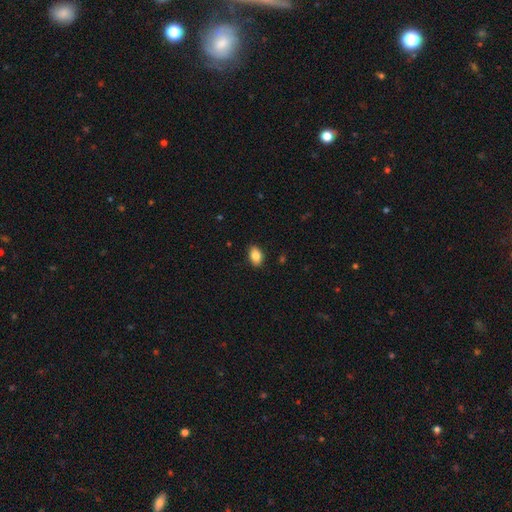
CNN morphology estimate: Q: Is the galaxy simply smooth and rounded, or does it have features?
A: smooth — 86%.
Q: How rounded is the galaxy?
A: in between — 89%.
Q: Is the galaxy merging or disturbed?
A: none — 89%.